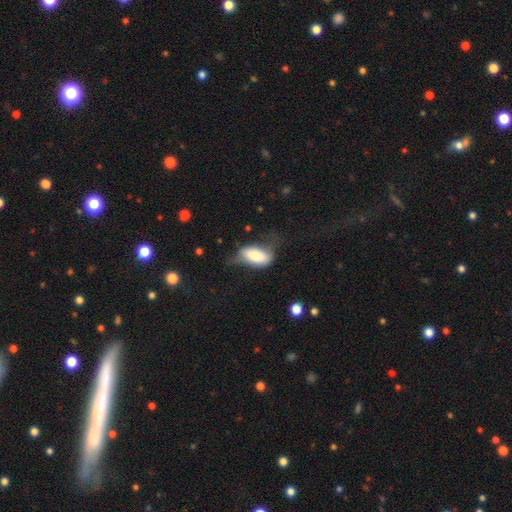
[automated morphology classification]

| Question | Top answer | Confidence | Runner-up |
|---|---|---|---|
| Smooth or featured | smooth | 69% | featured or disk (24%) |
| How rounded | in between | 90% | cigar-shaped (7%) |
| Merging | minor disturbance | 34% | none (32%) |